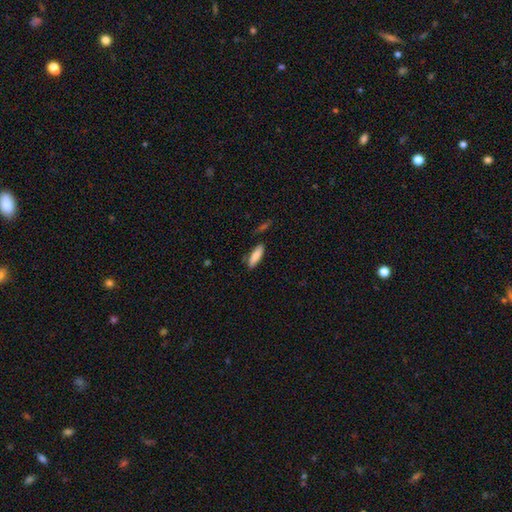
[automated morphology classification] The model was most divided on "how rounded": cigar-shaped: 50%, in between: 48%, round: 2%. More confident: smooth or featured — smooth (85%); merging — none (75%).